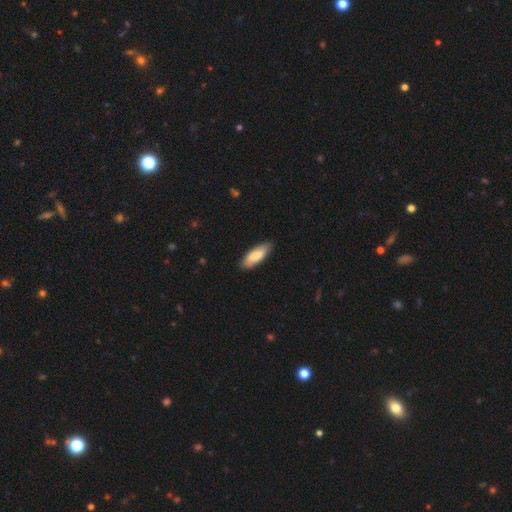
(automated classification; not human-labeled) Smooth or featured? smooth (80%)
How rounded? in between (68%)
Merging? none (85%)